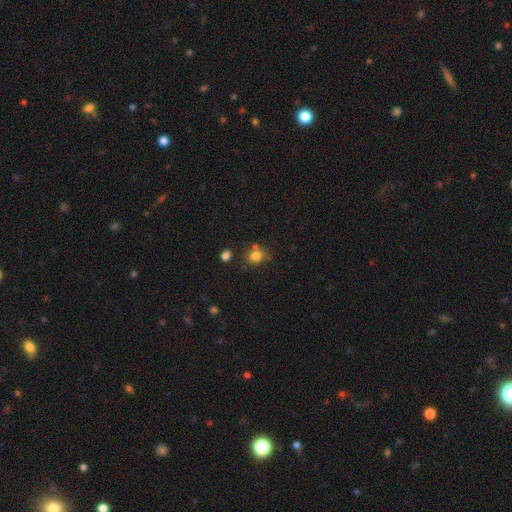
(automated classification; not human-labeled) A smooth galaxy with no disk features (80%) that is round (71%).

Vote fractions:
- Smooth or featured? smooth: 80% / star or artifact: 13% / featured or disk: 7%
- How rounded? round: 71% / in between: 28% / cigar-shaped: 1%
- Merging? none: 64% / minor disturbance: 16% / merger: 15% / major disturbance: 5%